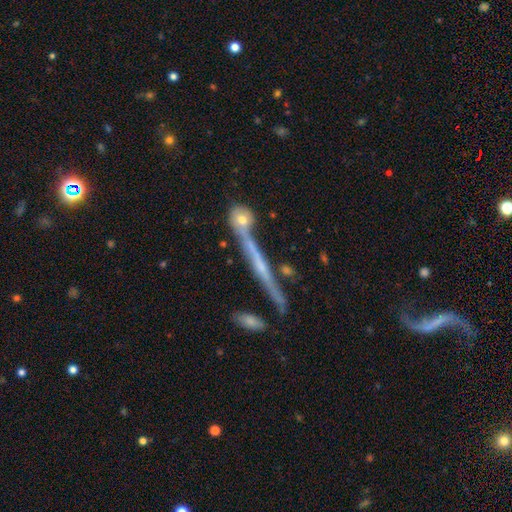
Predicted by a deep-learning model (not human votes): Q: Smooth or featured?
A: featured or disk (65%); runner-up: smooth (21%)
Q: Edge-on disk?
A: yes (84%); runner-up: no (16%)
Q: Edge-on bulge?
A: none (58%); runner-up: rounded (33%)
Q: Merging?
A: none (52%); runner-up: merger (23%)